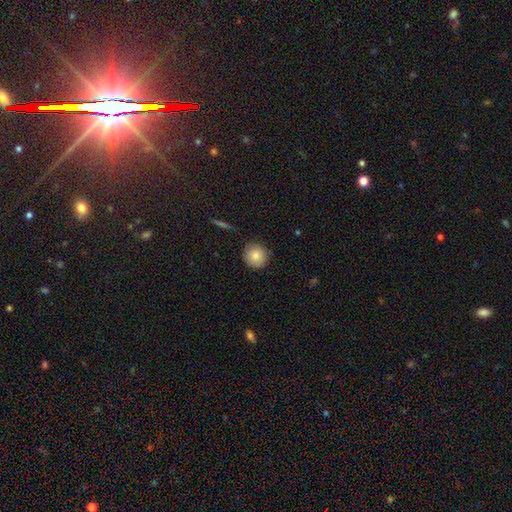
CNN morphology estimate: smooth-or-featured: smooth: 85% | star or artifact: 8% | featured or disk: 6%
  how-rounded: round: 92% | in between: 7% | cigar-shaped: 1%
  merging: none: 87% | minor disturbance: 9% | major disturbance: 2% | merger: 1%